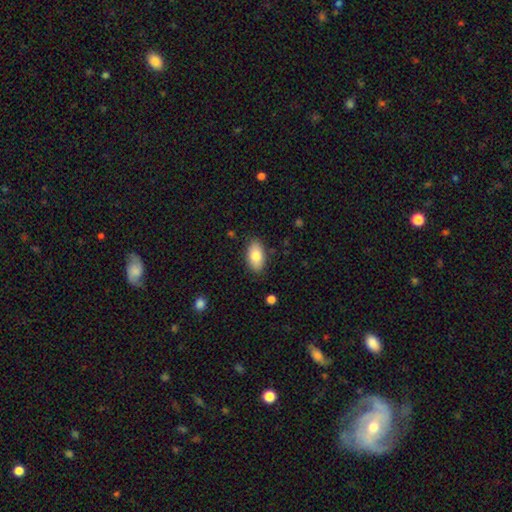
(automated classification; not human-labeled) Smooth or featured? smooth (82%)
How rounded? in between (94%)
Merging? none (85%)